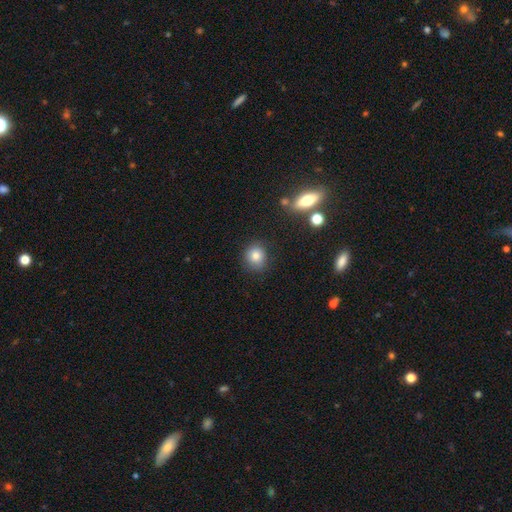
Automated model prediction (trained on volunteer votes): Smooth or featured?
  - smooth: 80% *
  - star or artifact: 12%
  - featured or disk: 8%
How rounded?
  - round: 83% *
  - in between: 16%
  - cigar-shaped: 1%
Merging?
  - none: 83% *
  - minor disturbance: 12%
  - major disturbance: 3%
  - merger: 2%